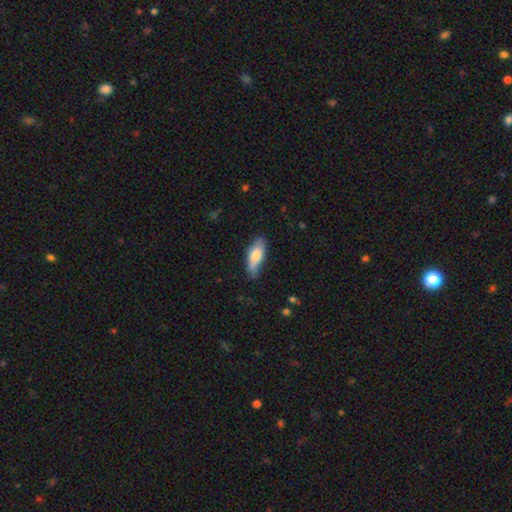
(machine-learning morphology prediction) Smooth or featured?
  - smooth: 73% *
  - featured or disk: 21%
  - star or artifact: 6%
How rounded?
  - in between: 68% *
  - cigar-shaped: 29%
  - round: 2%
Merging?
  - none: 66% *
  - minor disturbance: 27%
  - major disturbance: 5%
  - merger: 2%